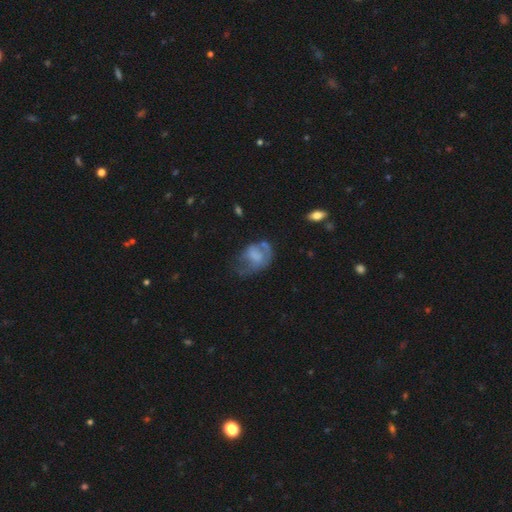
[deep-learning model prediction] smooth-or-featured: smooth: 47% | featured or disk: 43% | star or artifact: 10%
  merging: major disturbance: 42% | minor disturbance: 27% | none: 26% | merger: 5%